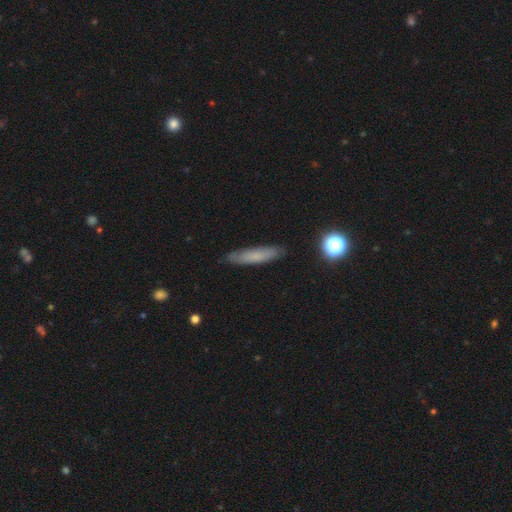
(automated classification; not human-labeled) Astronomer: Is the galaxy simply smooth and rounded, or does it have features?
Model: smooth — 70%.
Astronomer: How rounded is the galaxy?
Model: cigar-shaped — 83%.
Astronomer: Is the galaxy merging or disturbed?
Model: none — 85%.